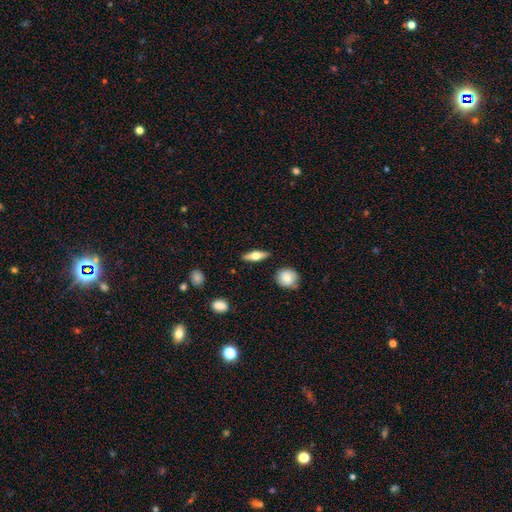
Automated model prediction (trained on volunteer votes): Overall: smooth (48%; featured or disk 46%). Merging: none (87%).